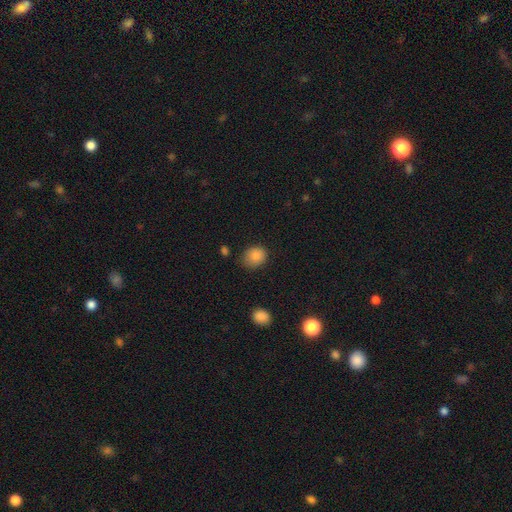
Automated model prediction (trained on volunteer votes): Morphology: type=smooth (84%); roundness=round (61%); merging=none (69%).